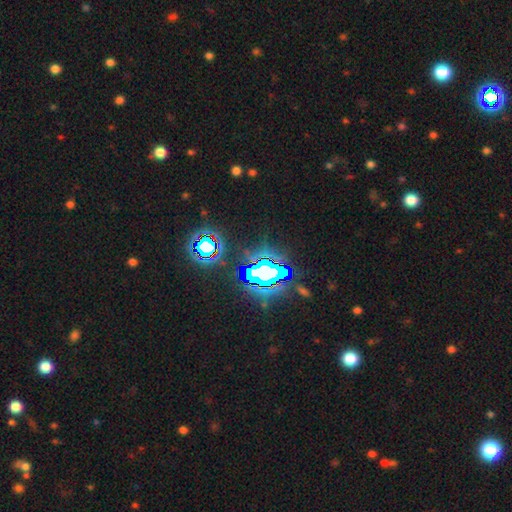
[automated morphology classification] smooth-or-featured: star or artifact: 84% | smooth: 9% | featured or disk: 7%